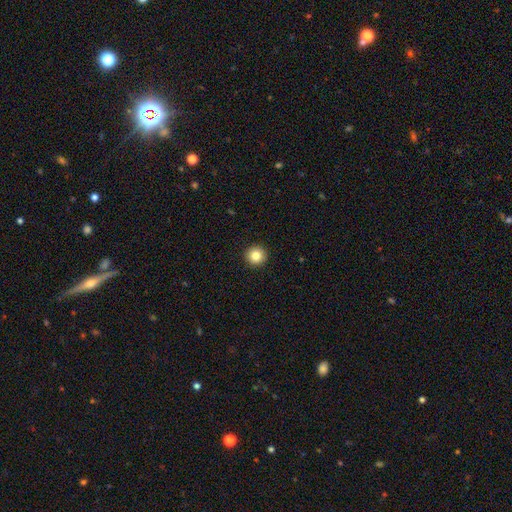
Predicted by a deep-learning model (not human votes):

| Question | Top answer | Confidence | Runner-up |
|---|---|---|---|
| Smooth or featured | smooth | 83% | star or artifact (10%) |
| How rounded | round | 95% | in between (4%) |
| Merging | none | 94% | minor disturbance (4%) |